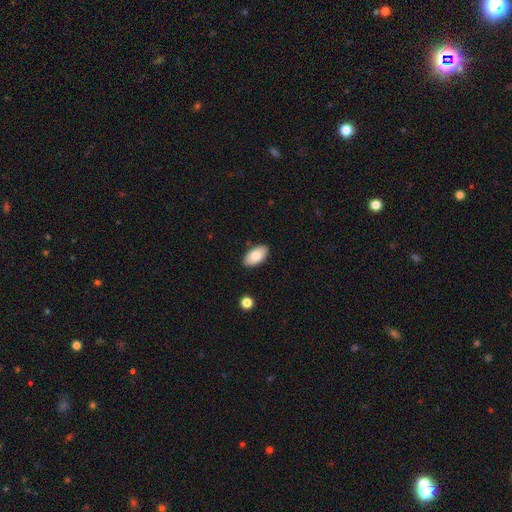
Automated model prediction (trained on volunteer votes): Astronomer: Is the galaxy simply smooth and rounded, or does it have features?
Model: smooth — 85%.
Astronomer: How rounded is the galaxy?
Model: in between — 95%.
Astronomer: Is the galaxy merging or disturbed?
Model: none — 86%.